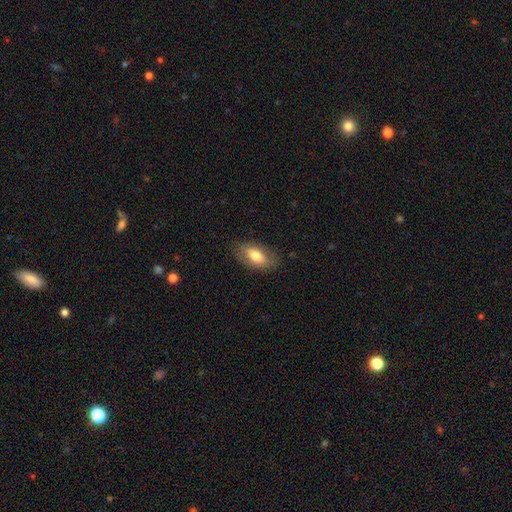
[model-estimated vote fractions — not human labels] smooth-or-featured: smooth: 72% | featured or disk: 22% | star or artifact: 6%
  how-rounded: in between: 90% | cigar-shaped: 5% | round: 5%
  merging: none: 80% | minor disturbance: 14% | major disturbance: 4% | merger: 1%